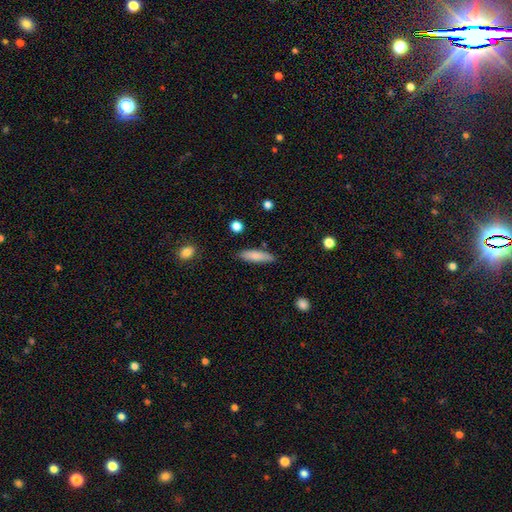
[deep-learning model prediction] A smooth galaxy with no disk features (79%) that is cigar-shaped (68%).

Vote fractions:
- Smooth or featured? smooth: 79% / featured or disk: 15% / star or artifact: 6%
- How rounded? cigar-shaped: 68% / in between: 30% / round: 2%
- Merging? none: 85% / minor disturbance: 11% / major disturbance: 2% / merger: 2%